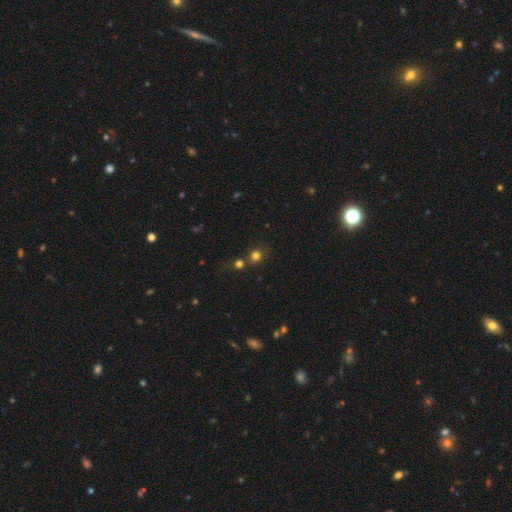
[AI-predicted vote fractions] Q: Smooth or featured?
A: smooth (72%); runner-up: star or artifact (22%)
Q: How rounded?
A: round (86%); runner-up: in between (13%)
Q: Merging?
A: none (65%); runner-up: merger (24%)